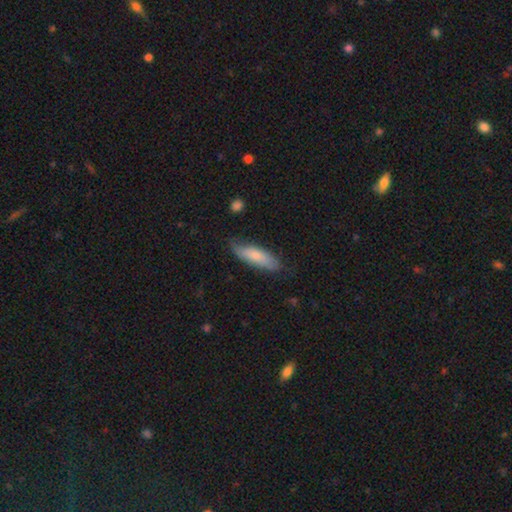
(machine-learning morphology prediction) Q: Smooth or featured?
A: smooth (74%); runner-up: featured or disk (21%)
Q: How rounded?
A: cigar-shaped (52%); runner-up: in between (46%)
Q: Merging?
A: none (73%); runner-up: minor disturbance (22%)